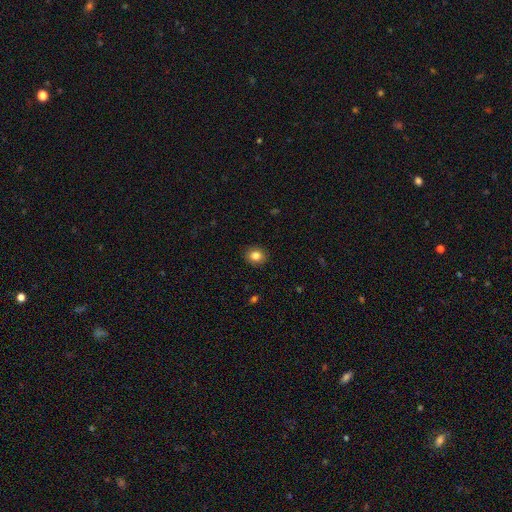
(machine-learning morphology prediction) This is clearly a smooth galaxy (84%). How rounded: likely round (62%). Merging: clearly none (89%).